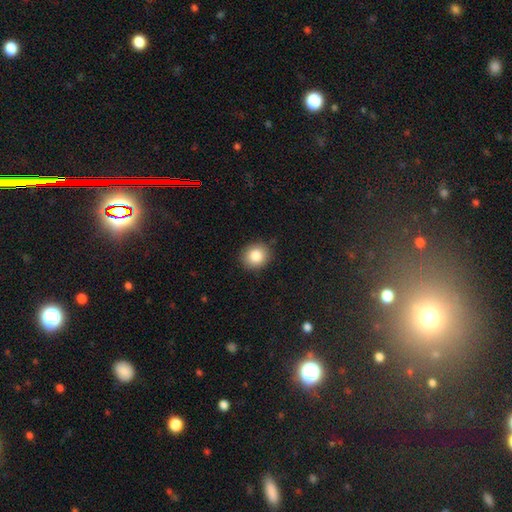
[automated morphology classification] Overall: smooth (84%). How rounded: round (77%). Merging: none (88%).